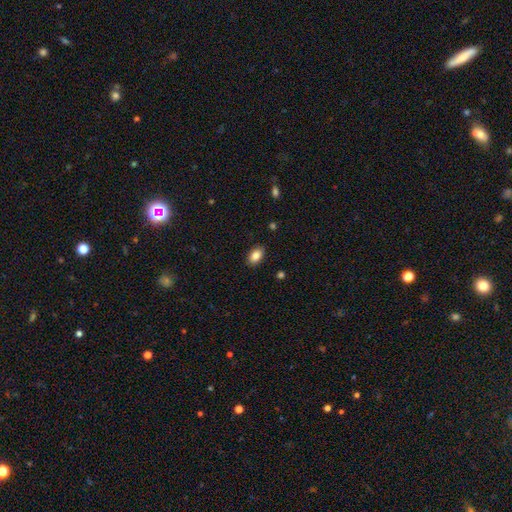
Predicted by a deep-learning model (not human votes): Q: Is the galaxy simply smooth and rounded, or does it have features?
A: smooth — 85%.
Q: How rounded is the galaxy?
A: in between — 89%.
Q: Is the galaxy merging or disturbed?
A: none — 88%.